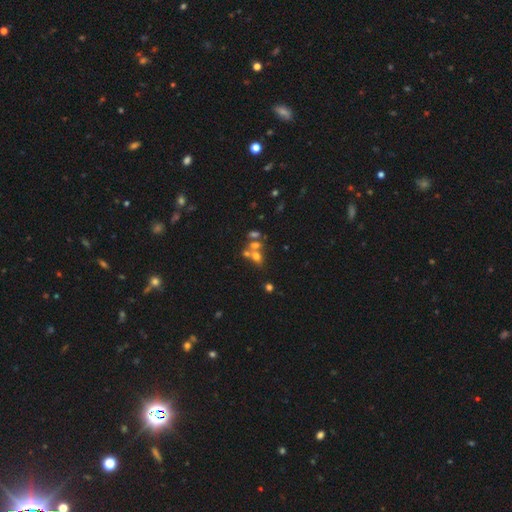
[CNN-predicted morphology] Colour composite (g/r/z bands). It shows a smooth galaxy with no disk features (53%) that is in between round and cigar-shaped (55%). Merging: merger (47%).